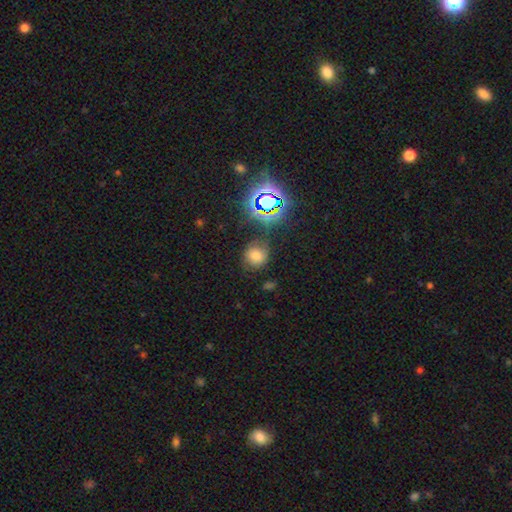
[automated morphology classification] smooth-or-featured: smooth: 67% | star or artifact: 22% | featured or disk: 11%
  how-rounded: round: 83% | in between: 16% | cigar-shaped: 1%
  merging: none: 70% | minor disturbance: 18% | major disturbance: 7% | merger: 5%